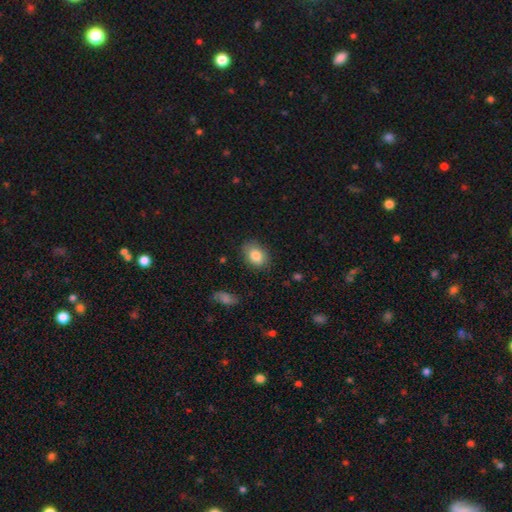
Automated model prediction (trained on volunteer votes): smooth-or-featured: smooth: 83% | featured or disk: 9% | star or artifact: 8%
  how-rounded: in between: 74% | round: 25% | cigar-shaped: 1%
  merging: none: 81% | minor disturbance: 15% | major disturbance: 3% | merger: 1%